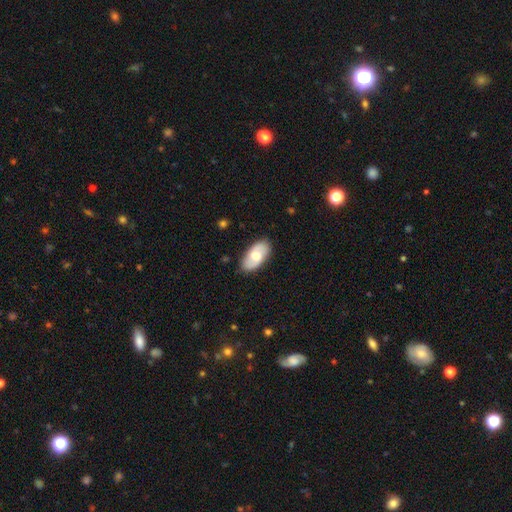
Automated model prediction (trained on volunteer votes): smooth 61%, featured or disk 33%, star or artifact 5%. Down the decision tree: how rounded — in between (94%); merging — none (86%).